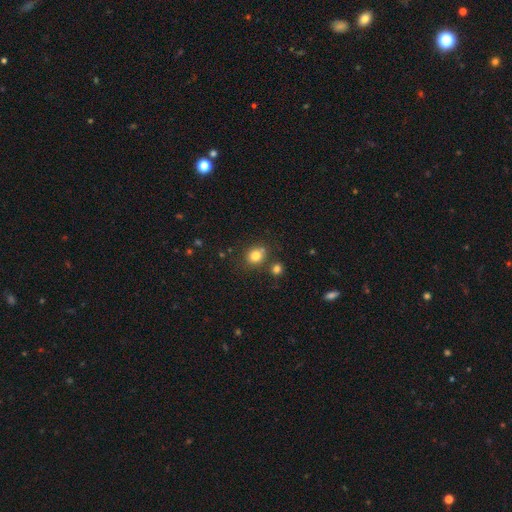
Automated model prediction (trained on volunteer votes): Morphology: type=smooth (80%); roundness=round (76%); merging=none (71%).